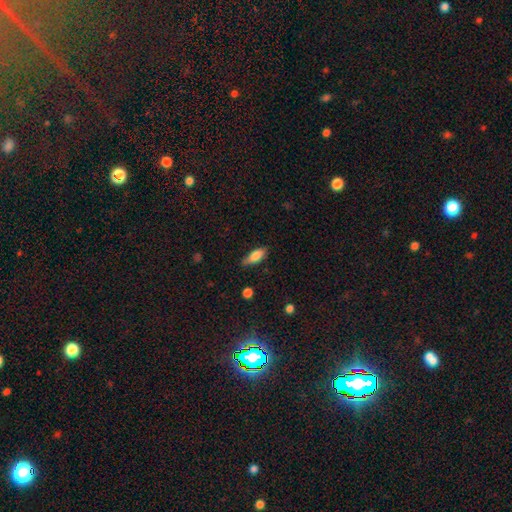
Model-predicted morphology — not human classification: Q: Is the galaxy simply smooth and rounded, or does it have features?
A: smooth — 78%.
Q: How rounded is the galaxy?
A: in between — 71%.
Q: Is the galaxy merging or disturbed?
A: none — 75%.